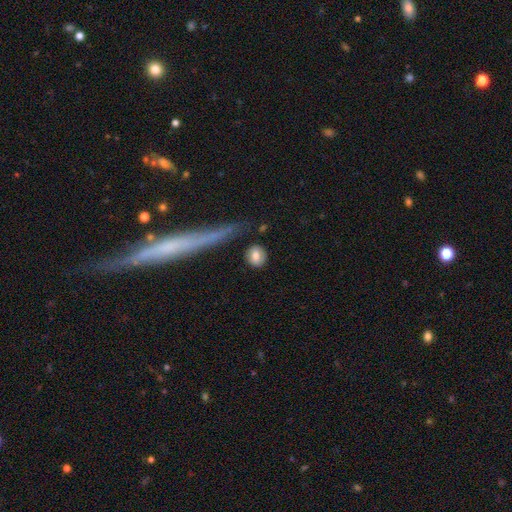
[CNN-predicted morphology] smooth_or_featured: smooth (p=0.77) [alt: featured or disk p=0.15]
how_rounded: round (p=0.69) [alt: in between p=0.28]
merging: none (p=0.80) [alt: minor disturbance p=0.12]